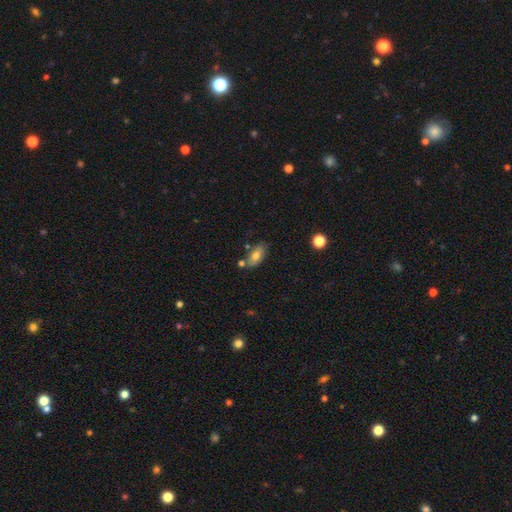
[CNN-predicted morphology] The model was most divided on "smooth or featured": smooth: 70%, featured or disk: 21%, star or artifact: 8%. More confident: how rounded — in between (88%); merging — none (67%).